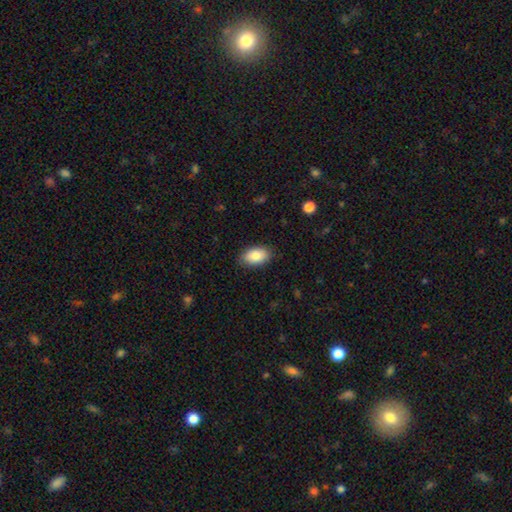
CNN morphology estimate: This is clearly a smooth galaxy (84%). How rounded: clearly in between (93%). Merging: clearly none (85%).